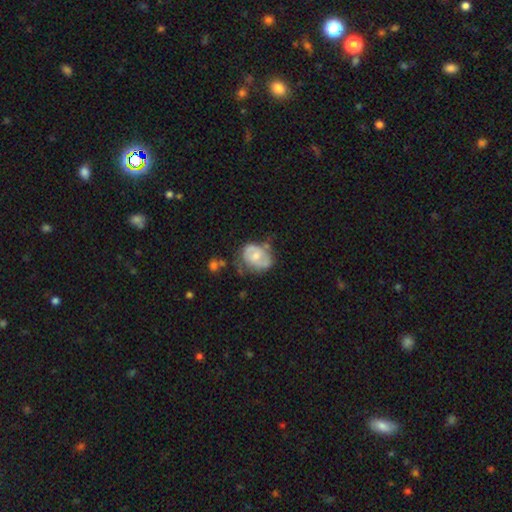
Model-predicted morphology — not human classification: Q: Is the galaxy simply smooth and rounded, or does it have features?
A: featured or disk — 53%.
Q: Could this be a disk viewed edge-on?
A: no — 97%.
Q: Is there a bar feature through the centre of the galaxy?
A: no — 63%.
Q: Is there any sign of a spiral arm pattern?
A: yes — 61%.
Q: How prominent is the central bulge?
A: moderate — 51%.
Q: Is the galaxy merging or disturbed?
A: none — 46%.